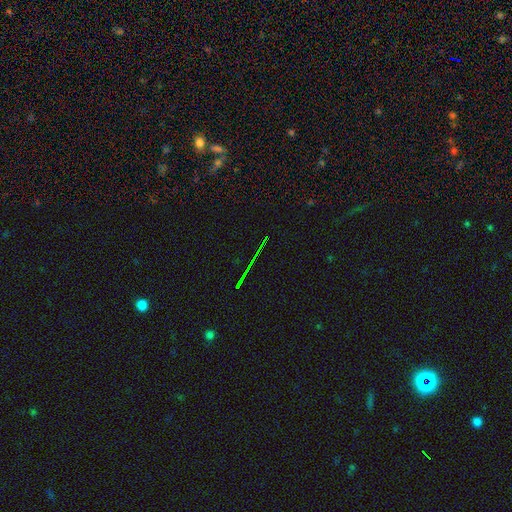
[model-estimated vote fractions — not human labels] This appears to be a star or artifact, not a galaxy (80%).